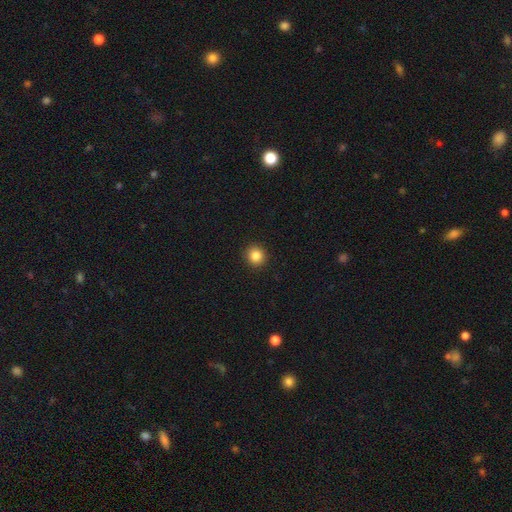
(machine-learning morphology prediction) Q: Smooth or featured?
A: smooth (85%); runner-up: star or artifact (11%)
Q: How rounded?
A: round (91%); runner-up: in between (8%)
Q: Merging?
A: none (93%); runner-up: minor disturbance (5%)